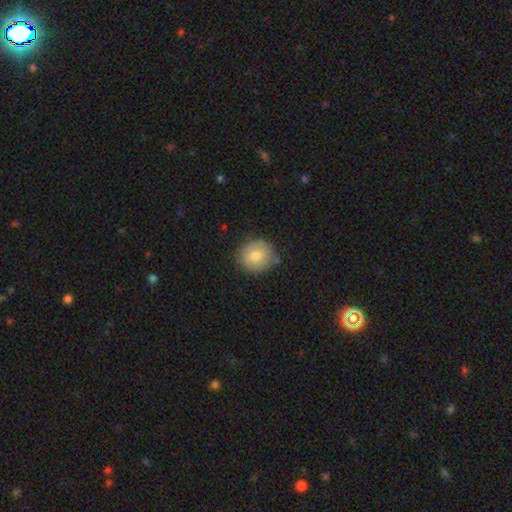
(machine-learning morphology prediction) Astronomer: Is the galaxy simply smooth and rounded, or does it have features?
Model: smooth — 74%.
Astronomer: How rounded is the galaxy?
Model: round — 88%.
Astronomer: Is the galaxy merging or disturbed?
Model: none — 79%.